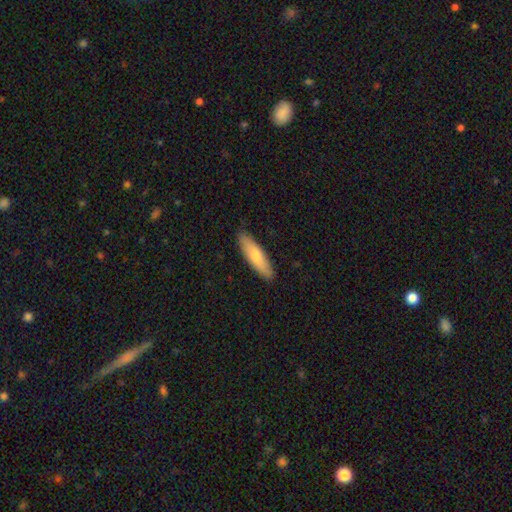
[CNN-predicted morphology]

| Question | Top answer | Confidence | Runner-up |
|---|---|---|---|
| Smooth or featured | smooth | 73% | featured or disk (22%) |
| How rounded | cigar-shaped | 67% | in between (31%) |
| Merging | none | 89% | minor disturbance (9%) |